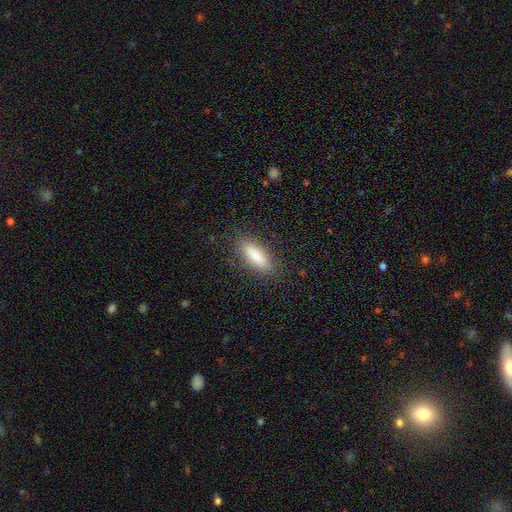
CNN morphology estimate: smooth-or-featured: smooth: 83% | featured or disk: 10% | star or artifact: 7%
  how-rounded: in between: 58% | cigar-shaped: 40% | round: 2%
  merging: none: 85% | minor disturbance: 10% | major disturbance: 3% | merger: 1%